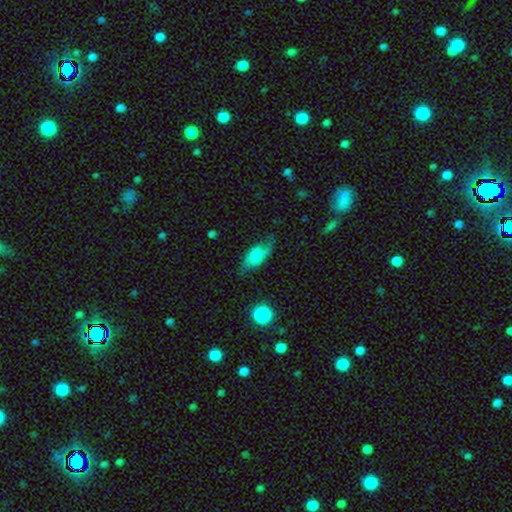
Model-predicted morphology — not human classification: A smooth galaxy with no disk features (55%) that is in between round and cigar-shaped (87%). Merging: none (53%).